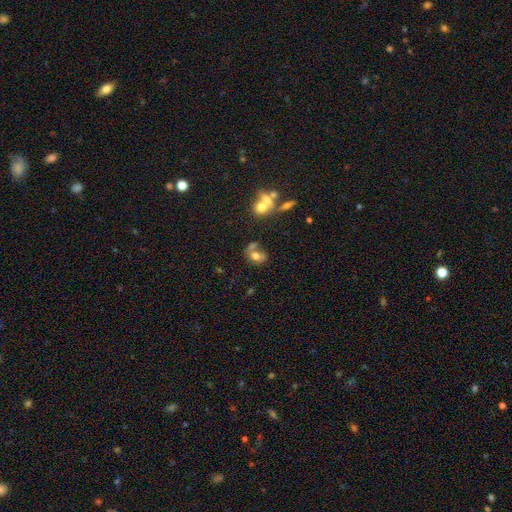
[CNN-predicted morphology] The model was most divided on "how rounded": in between: 50%, round: 49%, cigar-shaped: 1%. Remaining: smooth or featured — smooth (62%); merging — merger (41%).